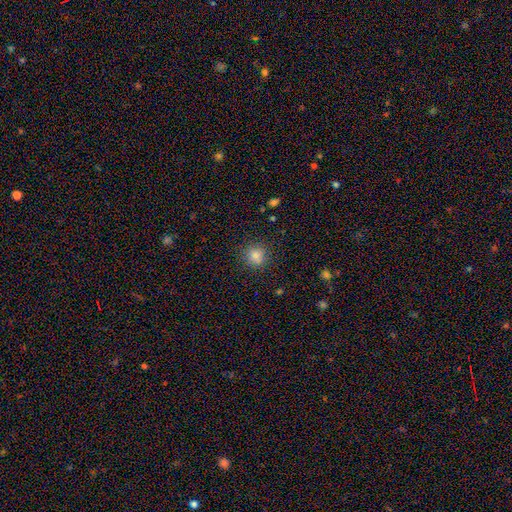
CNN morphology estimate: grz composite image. It shows a smooth galaxy with no disk features (79%) that is round (89%). Merging: none (87%).